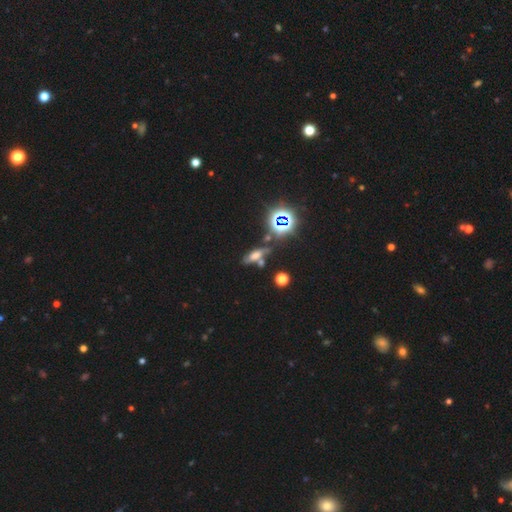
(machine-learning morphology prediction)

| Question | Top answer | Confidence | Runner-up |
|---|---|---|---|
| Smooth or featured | smooth | 43% | star or artifact (34%) |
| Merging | none | 53% | merger (19%) |